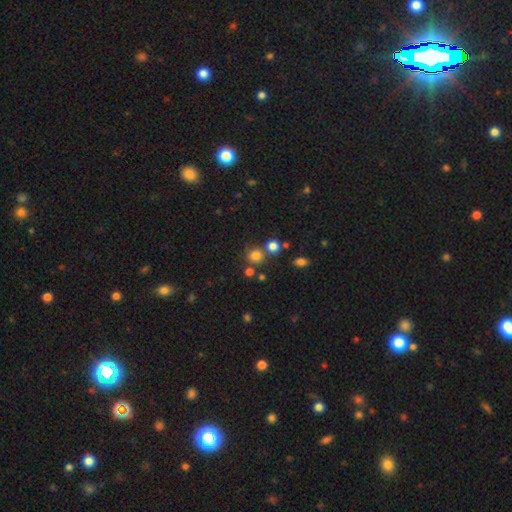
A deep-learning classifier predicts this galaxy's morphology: This is likely a smooth galaxy (78%). How rounded: clearly round (89%). Merging: likely none (69%).